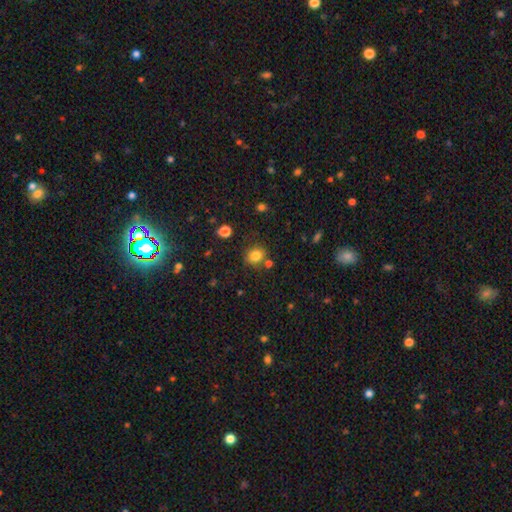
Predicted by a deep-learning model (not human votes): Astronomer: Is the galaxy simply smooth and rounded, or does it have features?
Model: smooth — 81%.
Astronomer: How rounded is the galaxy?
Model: round — 64%.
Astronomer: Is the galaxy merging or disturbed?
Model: none — 77%.